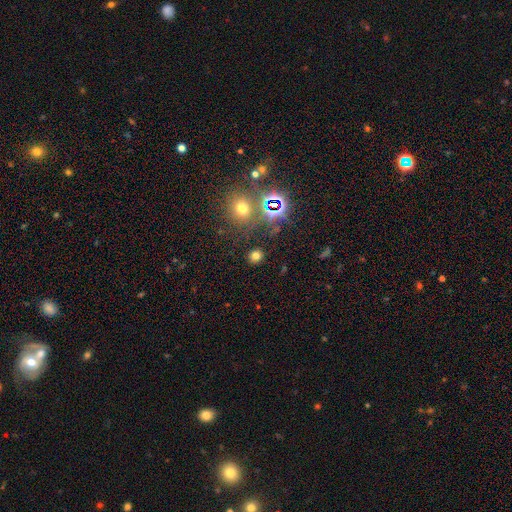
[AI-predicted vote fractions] Q: Smooth or featured?
A: smooth (67%); runner-up: star or artifact (27%)
Q: How rounded?
A: round (85%); runner-up: in between (14%)
Q: Merging?
A: none (87%); runner-up: minor disturbance (7%)